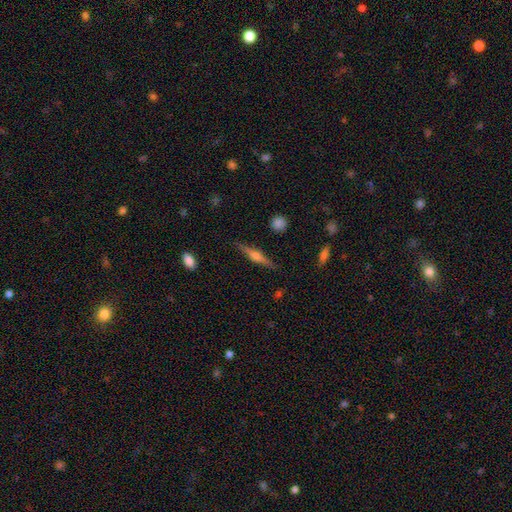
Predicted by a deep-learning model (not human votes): Overall: featured or disk (67%). Edge-on disk: yes (97%). Edge-on bulge: rounded (86%). Merging: none (87%).